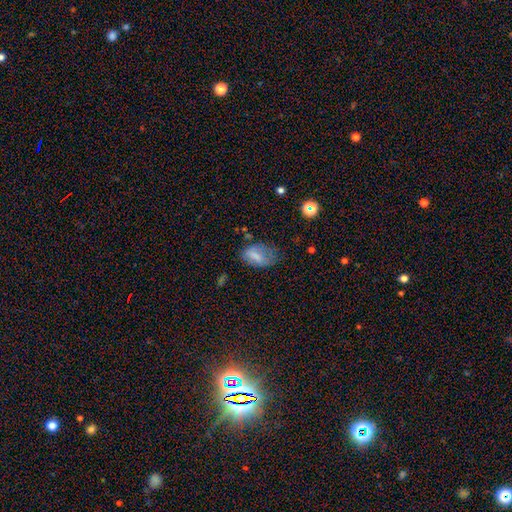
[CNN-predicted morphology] Q: Smooth or featured?
A: smooth (66%); runner-up: featured or disk (23%)
Q: How rounded?
A: in between (89%); runner-up: round (8%)
Q: Merging?
A: none (43%); runner-up: minor disturbance (34%)